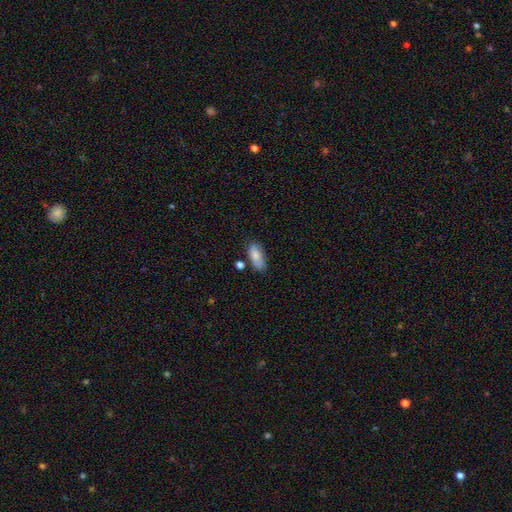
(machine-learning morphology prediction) Q: Smooth or featured?
A: smooth (81%); runner-up: featured or disk (12%)
Q: How rounded?
A: in between (86%); runner-up: cigar-shaped (11%)
Q: Merging?
A: none (65%); runner-up: minor disturbance (22%)